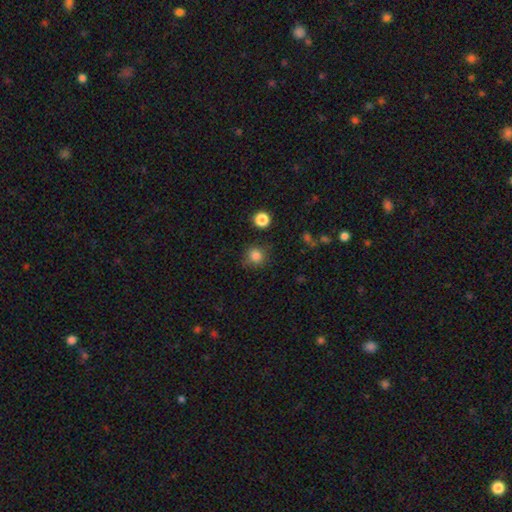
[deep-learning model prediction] This appears to be a smooth galaxy with no disk features (83%) that is round (91%). Merging: none (80%).